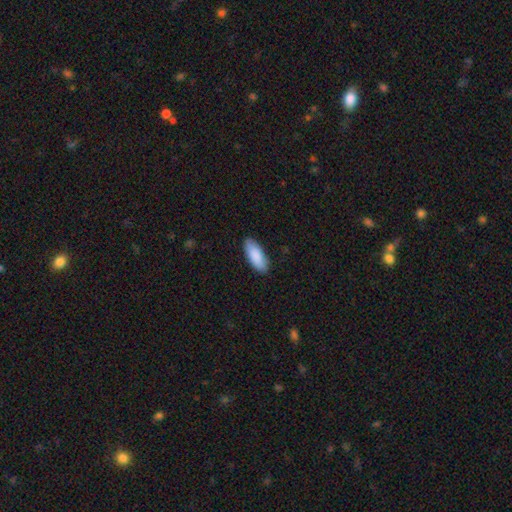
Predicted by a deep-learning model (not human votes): smooth-or-featured: smooth: 89% | featured or disk: 6% | star or artifact: 5%
  how-rounded: in between: 80% | cigar-shaped: 18% | round: 2%
  merging: none: 87% | minor disturbance: 10% | major disturbance: 2% | merger: 1%